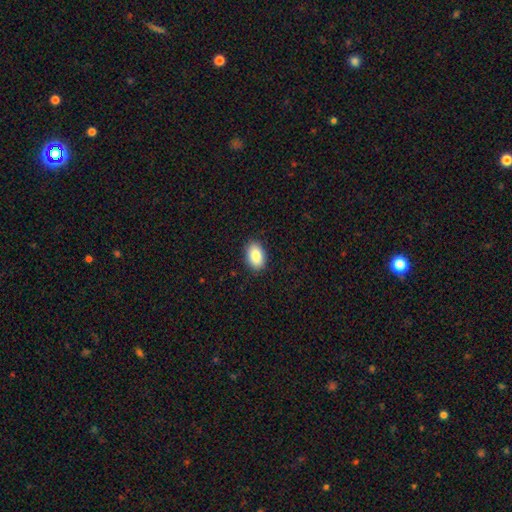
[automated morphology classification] Smooth or featured? Predicted: smooth (p=0.88). How rounded? Predicted: in between (p=0.90). Merging? Predicted: none (p=0.88).